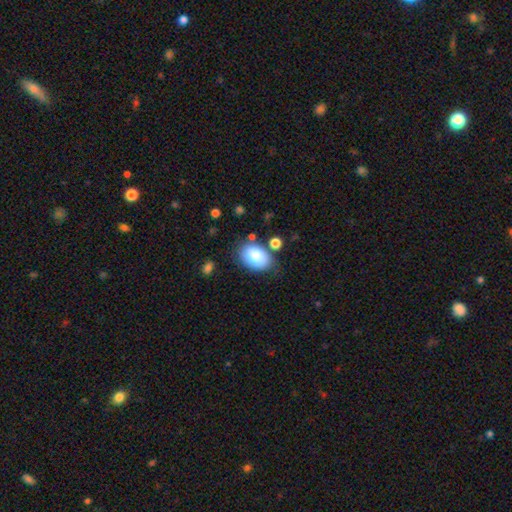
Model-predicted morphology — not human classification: type=smooth (85%); roundness=in between (87%); merging=none (68%).